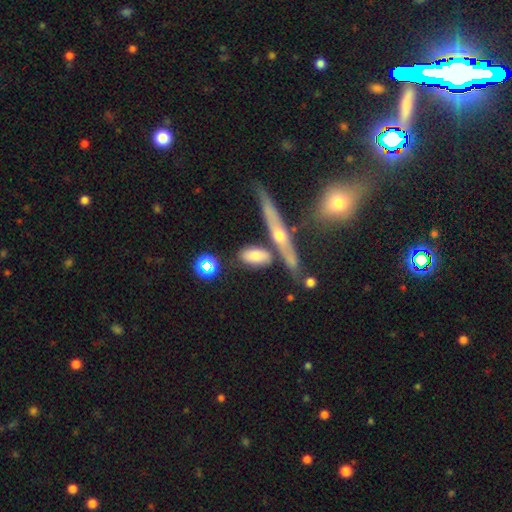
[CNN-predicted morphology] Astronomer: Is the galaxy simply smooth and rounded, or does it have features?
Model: smooth — 60%.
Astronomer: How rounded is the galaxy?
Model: in between — 64%.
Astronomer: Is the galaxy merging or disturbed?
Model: none — 61%.